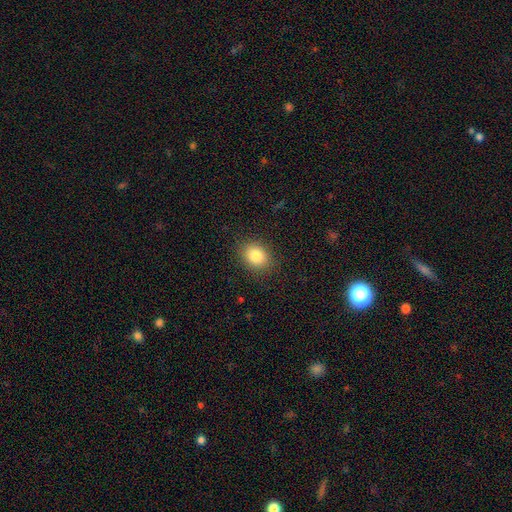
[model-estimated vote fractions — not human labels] Morphology: type=smooth (85%); roundness=in between (51%); merging=none (87%).